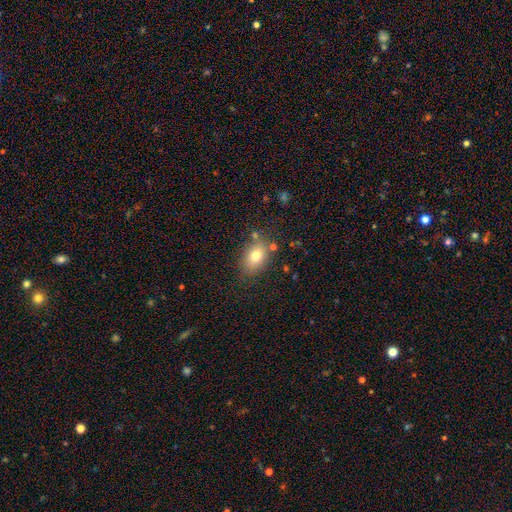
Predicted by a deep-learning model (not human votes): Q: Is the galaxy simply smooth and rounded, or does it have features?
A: smooth — 76%.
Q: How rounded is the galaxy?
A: in between — 78%.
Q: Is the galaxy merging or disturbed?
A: none — 76%.